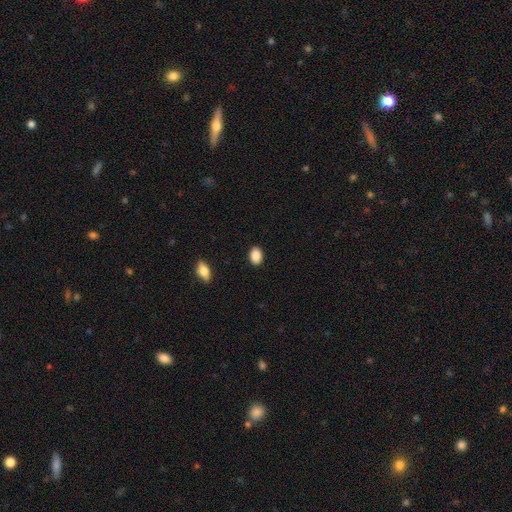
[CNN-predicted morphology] smooth 89%, star or artifact 8%, featured or disk 4%. Down the decision tree: how rounded — in between (78%); merging — none (89%).